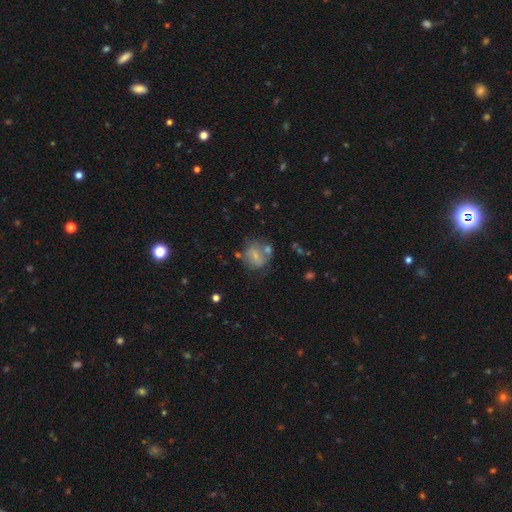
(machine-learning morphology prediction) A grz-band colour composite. It shows a smooth galaxy with no disk features (58%) that is round (65%). Merging: none (50%).